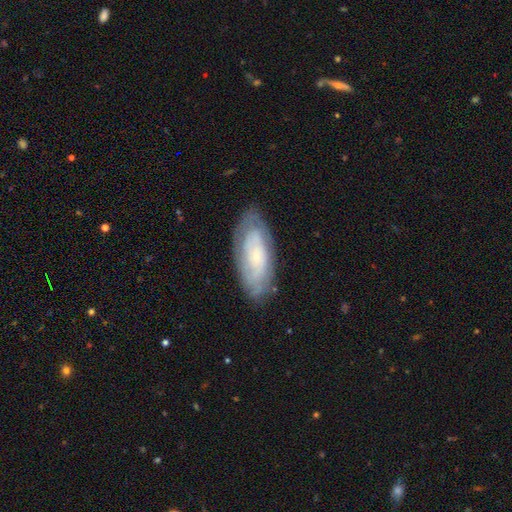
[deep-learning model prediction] A featured or disk galaxy (59%) with no bar (76%), spiral arms (78%) and a small central bulge (68%).

Vote fractions:
- Smooth or featured? featured or disk: 59% / smooth: 34% / star or artifact: 7%
- Edge-on disk? no: 88% / yes: 12%
- Bar? no: 76% / weak: 20% / strong: 4%
- Spiral arms? yes: 78% / no: 22%
- Bulge size? small: 68% / moderate: 19% / none: 8% / large: 4% / dominant: 1%
- Merging? none: 78% / minor disturbance: 16% / major disturbance: 5% / merger: 1%